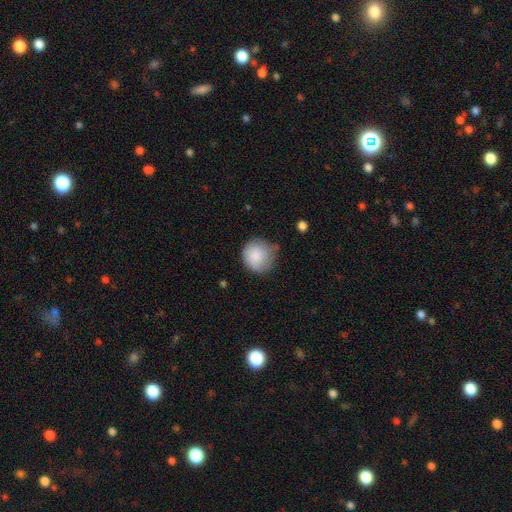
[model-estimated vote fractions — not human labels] smooth_or_featured: smooth (p=0.85) [alt: featured or disk p=0.08]
how_rounded: round (p=0.87) [alt: in between p=0.12]
merging: none (p=0.56) [alt: minor disturbance p=0.32]